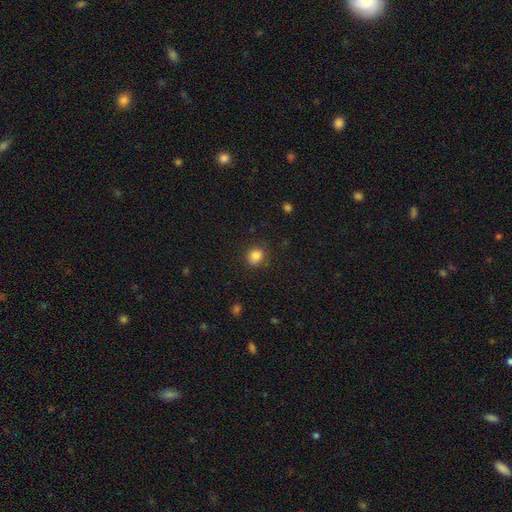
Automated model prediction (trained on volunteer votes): Morphology: type=smooth (84%); roundness=round (80%); merging=none (84%).